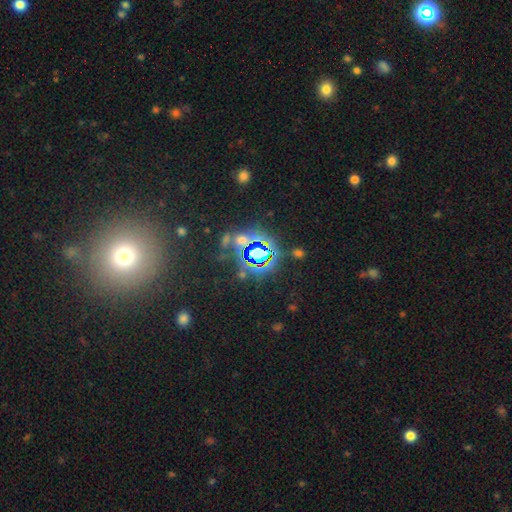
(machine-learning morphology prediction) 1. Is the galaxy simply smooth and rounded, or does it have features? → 74% star or artifact, 17% smooth, 9% featured or disk.